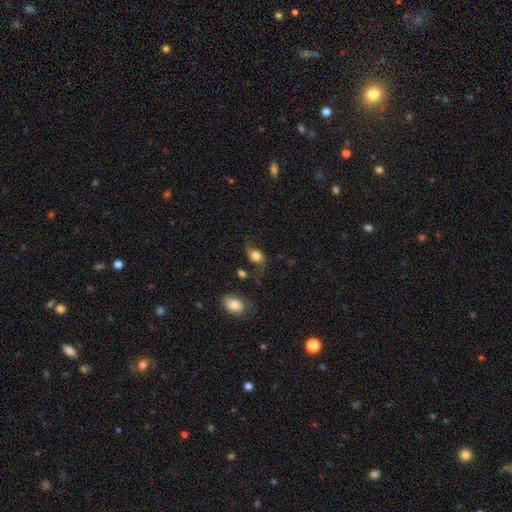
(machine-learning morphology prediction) A smooth galaxy with no disk features (60%) that is in between round and cigar-shaped (65%). Merging: none (50%).